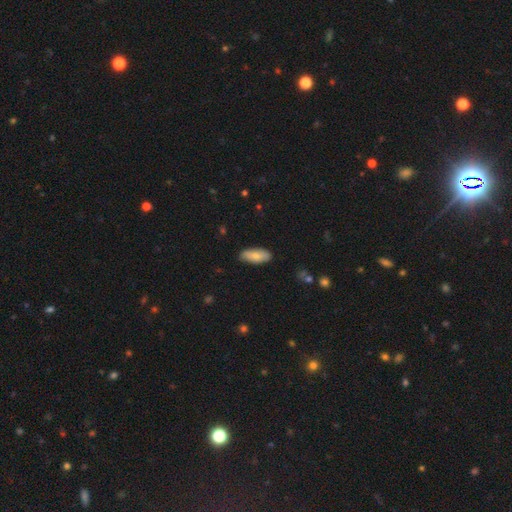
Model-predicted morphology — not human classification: smooth-or-featured: smooth: 78% | featured or disk: 17% | star or artifact: 6%
  how-rounded: in between: 82% | cigar-shaped: 16% | round: 2%
  merging: none: 83% | minor disturbance: 13% | major disturbance: 2% | merger: 1%